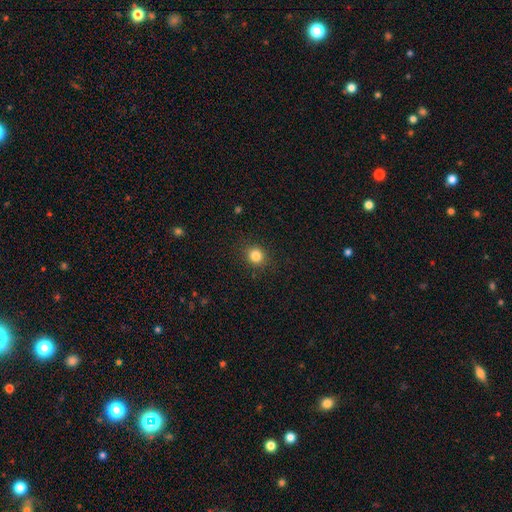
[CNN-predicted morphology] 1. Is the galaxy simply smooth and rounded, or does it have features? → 84% smooth, 12% star or artifact, 5% featured or disk.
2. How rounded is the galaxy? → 86% round, 13% in between, 1% cigar-shaped.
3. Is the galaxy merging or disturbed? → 90% none, 7% minor disturbance, 2% major disturbance, 1% merger.